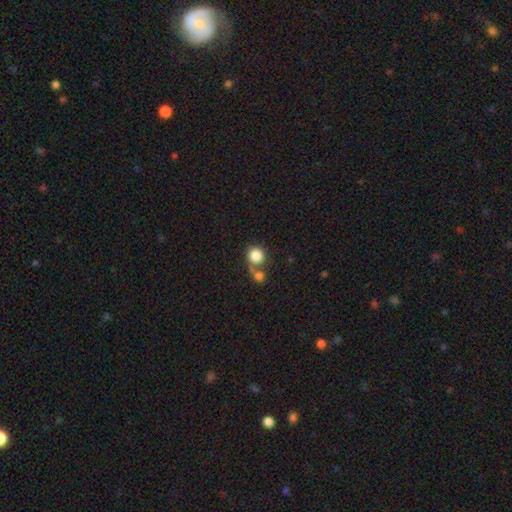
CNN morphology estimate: Smooth or featured? Predicted: smooth (p=0.83). How rounded? Predicted: round (p=0.89). Merging? Predicted: none (p=0.44).